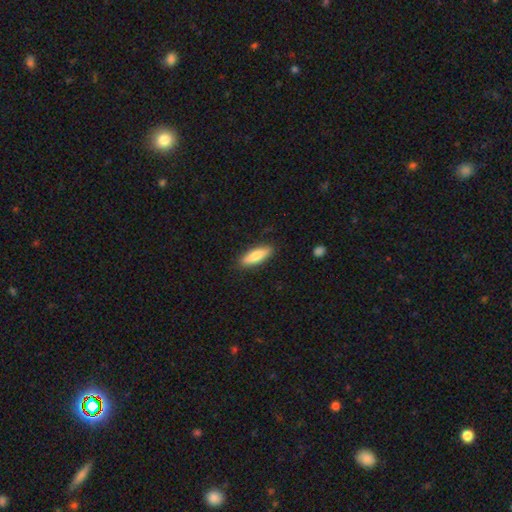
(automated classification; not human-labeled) Smooth or featured?
  - smooth: 76% *
  - featured or disk: 18%
  - star or artifact: 6%
How rounded?
  - cigar-shaped: 55% *
  - in between: 43%
  - round: 2%
Merging?
  - none: 87% *
  - minor disturbance: 9%
  - major disturbance: 2%
  - merger: 1%